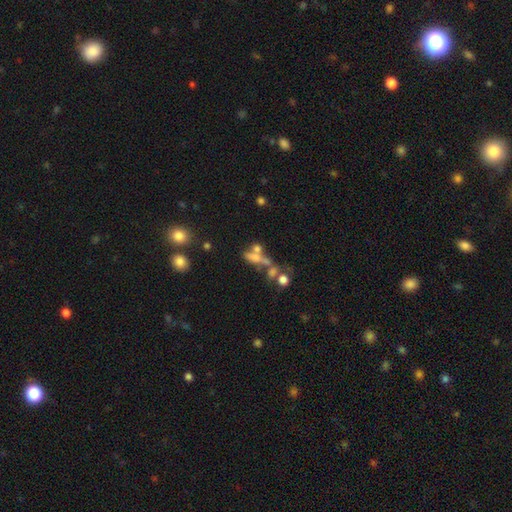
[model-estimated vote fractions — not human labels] This is possibly a smooth galaxy (48%). Merging: marginally merger (45%).